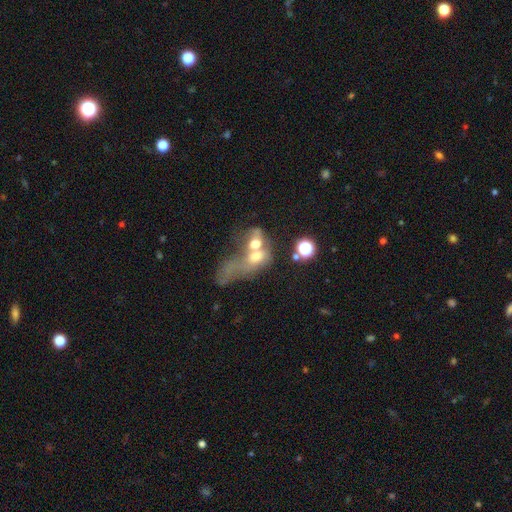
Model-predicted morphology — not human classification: smooth_or_featured: smooth (p=0.47) [alt: featured or disk p=0.38]
merging: merger (p=0.69) [alt: major disturbance p=0.19]